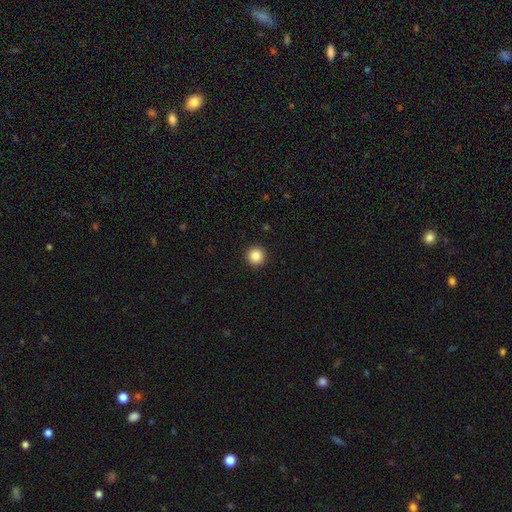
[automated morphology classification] Smooth or featured? smooth (86%)
How rounded? round (96%)
Merging? none (93%)